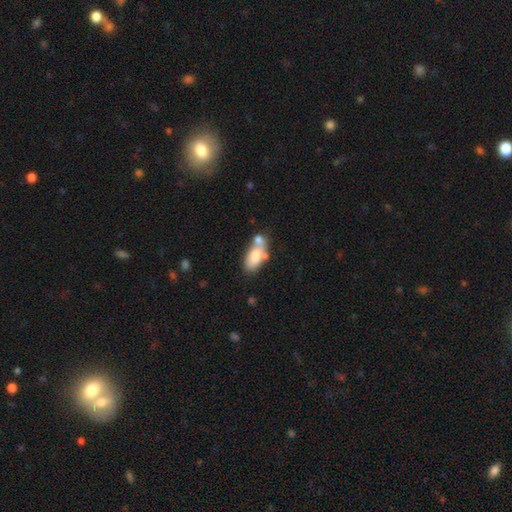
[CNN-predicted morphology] smooth-or-featured: smooth: 73% | featured or disk: 19% | star or artifact: 8%
  how-rounded: in between: 87% | cigar-shaped: 9% | round: 4%
  merging: merger: 38% | none: 37% | minor disturbance: 17% | major disturbance: 8%